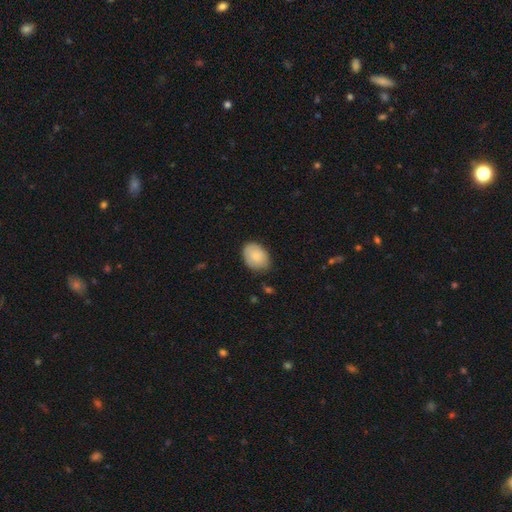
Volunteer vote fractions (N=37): smooth 81%, featured or disk 16%, star or artifact 3%. Down the decision tree: how rounded — in between (77%); merging — none (75%).